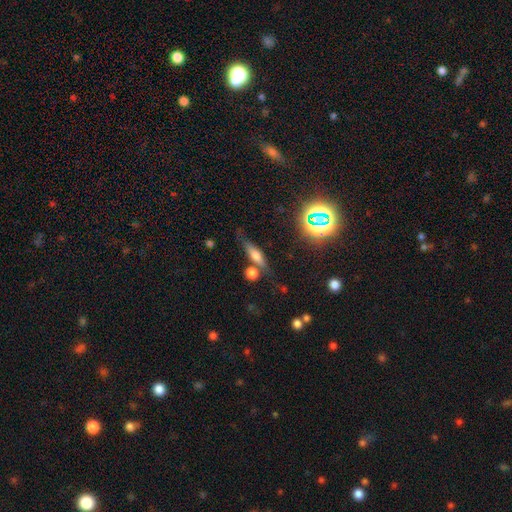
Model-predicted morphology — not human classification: smooth_or_featured: smooth (p=0.52) [alt: featured or disk p=0.32]
how_rounded: cigar-shaped (p=0.57) [alt: in between p=0.35]
merging: none (p=0.63) [alt: minor disturbance p=0.17]